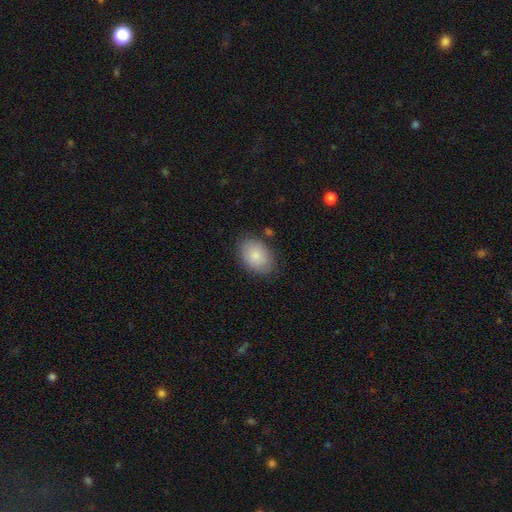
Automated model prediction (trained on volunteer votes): This is clearly a smooth galaxy (84%). How rounded: clearly in between (83%). Merging: clearly none (82%).